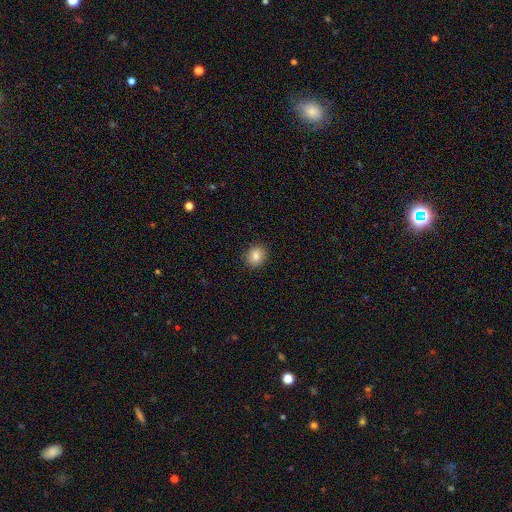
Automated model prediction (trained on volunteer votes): This appears to be a smooth galaxy with no disk features (84%) that is round (72%). Merging: none (91%).